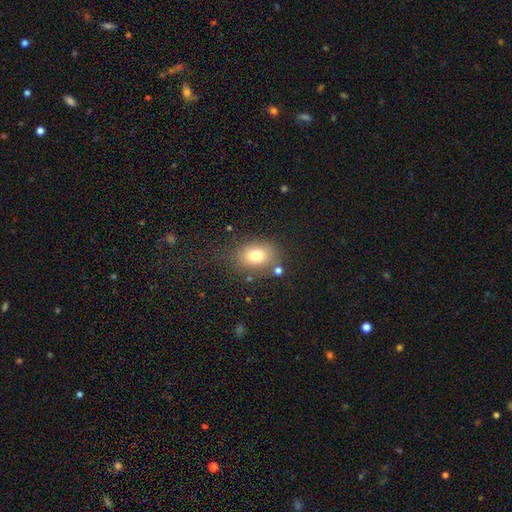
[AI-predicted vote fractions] The model was most divided on "how rounded": in between: 65%, round: 34%, cigar-shaped: 1%. More confident: smooth or featured — smooth (75%); merging — none (71%).